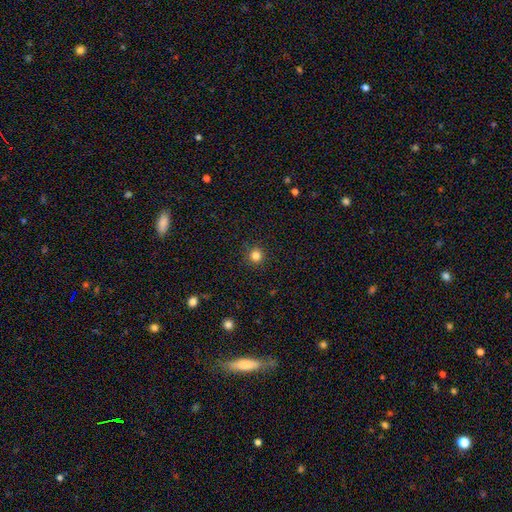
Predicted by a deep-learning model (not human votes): smooth 82%, star or artifact 13%, featured or disk 5%. Down the decision tree: how rounded — round (95%); merging — none (91%).